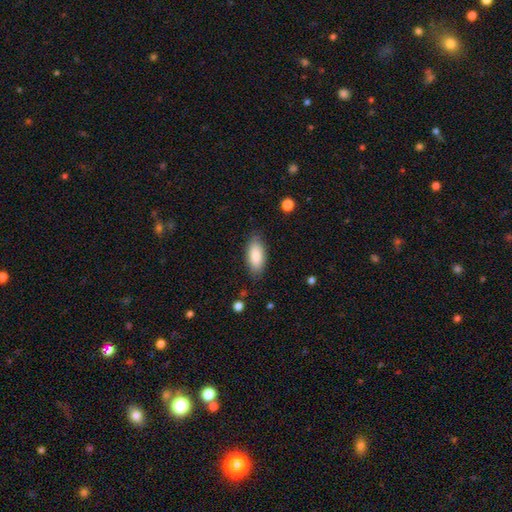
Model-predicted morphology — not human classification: Smooth or featured? smooth (86%)
How rounded? in between (86%)
Merging? none (83%)